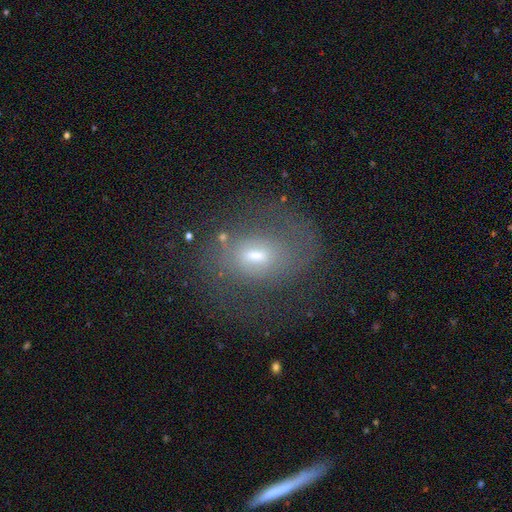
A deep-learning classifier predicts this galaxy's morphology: A featured or disk galaxy (51%).

Vote fractions:
- Smooth or featured? featured or disk: 51% / smooth: 36% / star or artifact: 13%
- Edge-on disk? no: 93% / yes: 7%
- Merging? none: 48% / major disturbance: 27% / minor disturbance: 21% / merger: 4%